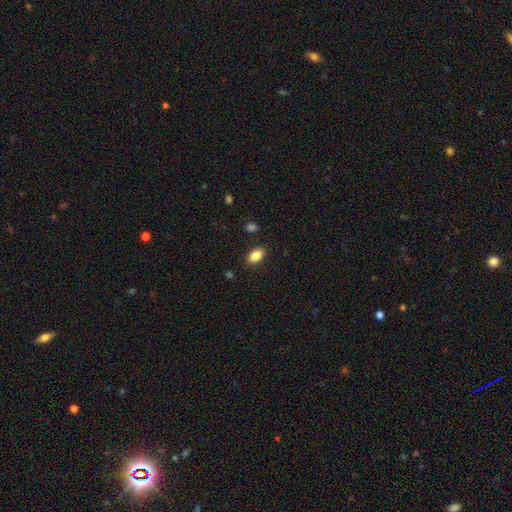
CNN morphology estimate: Smooth or featured? Predicted: smooth (p=0.85). How rounded? Predicted: in between (p=0.91). Merging? Predicted: none (p=0.87).